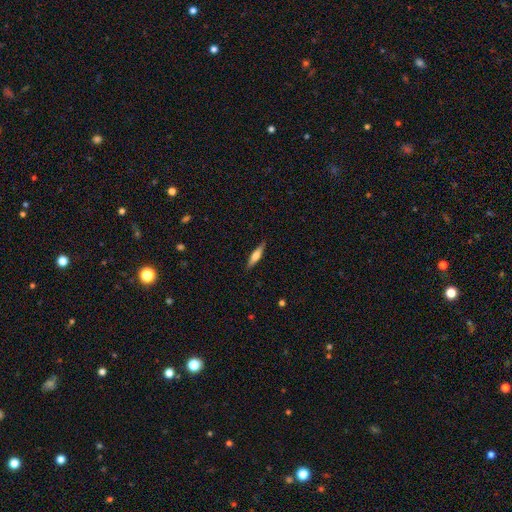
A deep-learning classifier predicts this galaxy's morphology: Smooth or featured?
  - smooth: 51% *
  - featured or disk: 43%
  - star or artifact: 6%
How rounded?
  - cigar-shaped: 77% *
  - in between: 21%
  - round: 2%
Merging?
  - none: 89% *
  - minor disturbance: 9%
  - major disturbance: 2%
  - merger: 1%